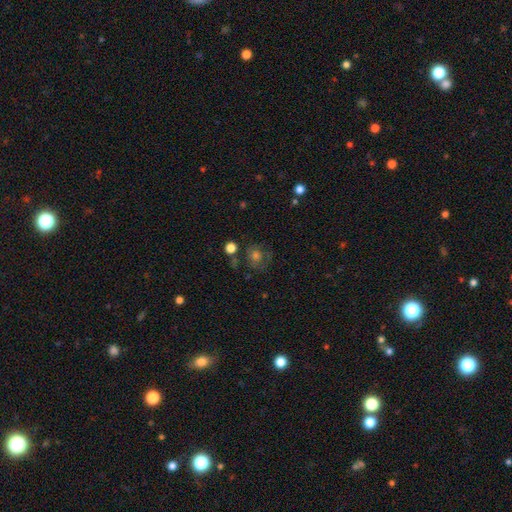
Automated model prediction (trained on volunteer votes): A smooth galaxy with no disk features (48%). Merging: none (65%).